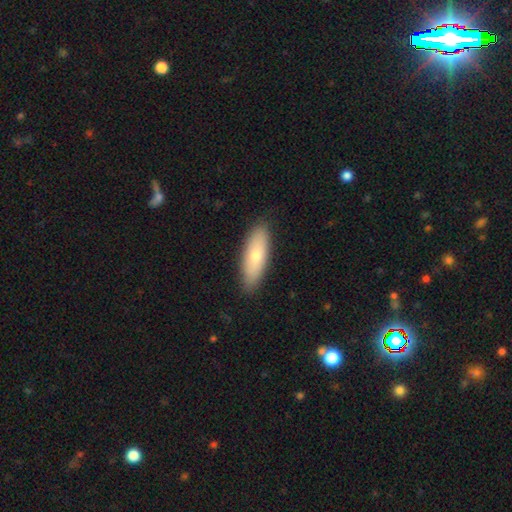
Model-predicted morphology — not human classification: smooth 73%, featured or disk 21%, star or artifact 6%. Down the decision tree: how rounded — in between (60%); merging — none (87%).